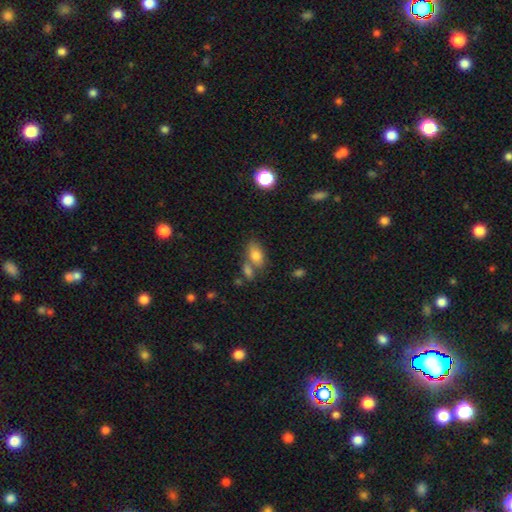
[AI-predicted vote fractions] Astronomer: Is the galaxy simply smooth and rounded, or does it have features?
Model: smooth — 77%.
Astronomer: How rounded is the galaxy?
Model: in between — 86%.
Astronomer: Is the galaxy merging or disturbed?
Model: none — 49% (runner-up: merger, 32%).